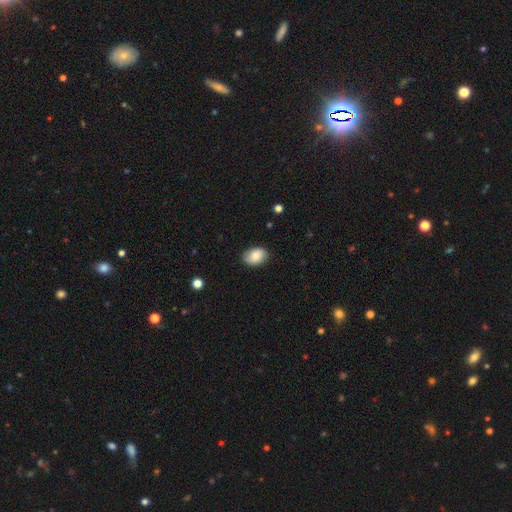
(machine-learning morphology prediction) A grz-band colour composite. It shows a smooth galaxy with no disk features (77%) that is in between round and cigar-shaped (79%). Merging: none (82%).